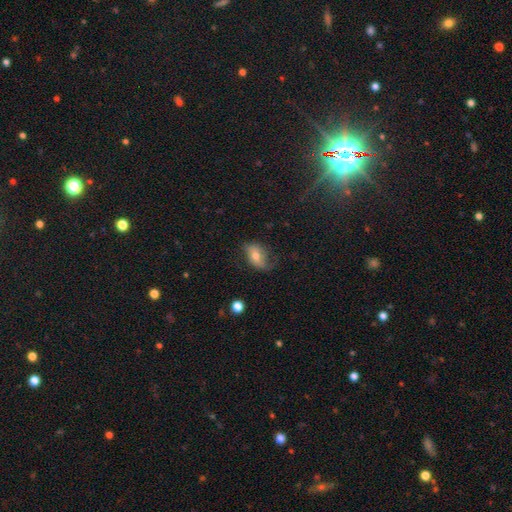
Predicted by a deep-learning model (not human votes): Smooth or featured? smooth (50%)
How rounded? in between (84%)
Merging? none (55%)